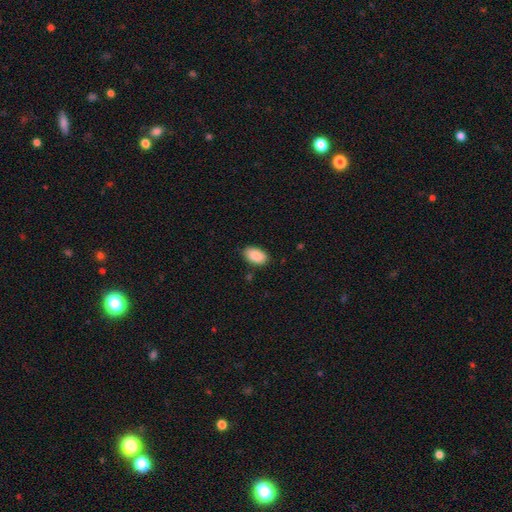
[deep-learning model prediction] The model was most divided on "merging": none: 84%, minor disturbance: 12%, major disturbance: 2%, merger: 1%. More confident: how rounded — in between (94%); smooth or featured — smooth (90%).